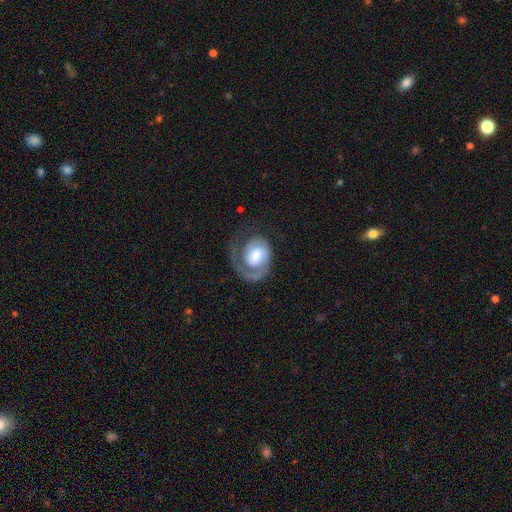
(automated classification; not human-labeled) smooth-or-featured: featured or disk: 81% | smooth: 15% | star or artifact: 5%
  disk-edge-on: no: 98% | yes: 2%
    bar: no: 56% | weak: 35% | strong: 9%
    has-spiral-arms: yes: 94% | no: 6%
      spiral-winding: tight: 54% | medium: 32% | loose: 14%
      spiral-arm-count: 1: 79% | 2: 13% | can't tell: 4% | 3: 2% | 4: 1% | more than 4: 1%
    bulge-size: moderate: 52% | large: 25% | small: 18% | dominant: 3% | none: 3%
  merging: none: 54% | major disturbance: 26% | minor disturbance: 18% | merger: 2%